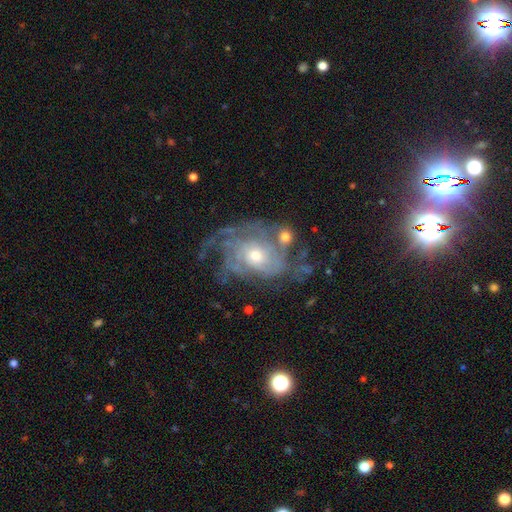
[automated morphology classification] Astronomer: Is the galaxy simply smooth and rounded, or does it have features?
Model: featured or disk — 84%.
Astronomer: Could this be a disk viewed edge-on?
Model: no — 97%.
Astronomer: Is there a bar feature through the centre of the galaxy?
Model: no — 77%.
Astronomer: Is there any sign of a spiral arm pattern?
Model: yes — 91%.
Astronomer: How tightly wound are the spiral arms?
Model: tight — 56% (runner-up: medium, 32%).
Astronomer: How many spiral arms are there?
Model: can't tell — 41% (runner-up: 3, 18%).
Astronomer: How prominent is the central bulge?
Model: moderate — 57% (runner-up: small, 37%).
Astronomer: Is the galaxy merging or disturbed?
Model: none — 47% (runner-up: major disturbance, 23%).